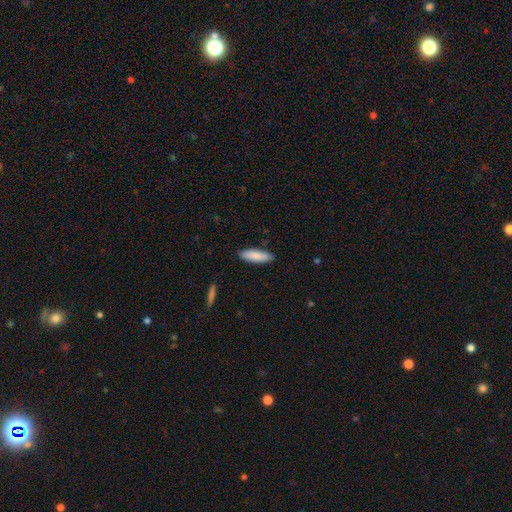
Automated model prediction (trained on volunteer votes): smooth_or_featured: smooth (p=0.87) [alt: featured or disk p=0.08]
how_rounded: cigar-shaped (p=0.56) [alt: in between p=0.43]
merging: none (p=0.88) [alt: minor disturbance p=0.09]